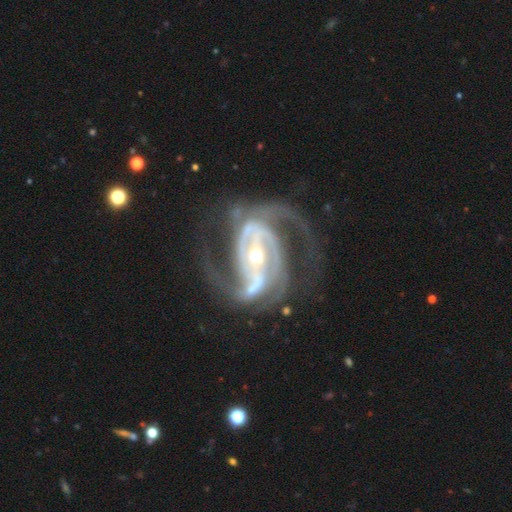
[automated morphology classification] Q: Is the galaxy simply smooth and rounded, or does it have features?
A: featured or disk — 92%.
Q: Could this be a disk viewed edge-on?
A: no — 97%.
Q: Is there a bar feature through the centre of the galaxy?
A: strong — 56%.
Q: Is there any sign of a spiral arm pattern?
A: yes — 98%.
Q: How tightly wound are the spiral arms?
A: medium — 54%.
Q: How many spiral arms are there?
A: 2 — 51%.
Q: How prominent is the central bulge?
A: small — 53%.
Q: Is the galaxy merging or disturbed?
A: none — 55%.